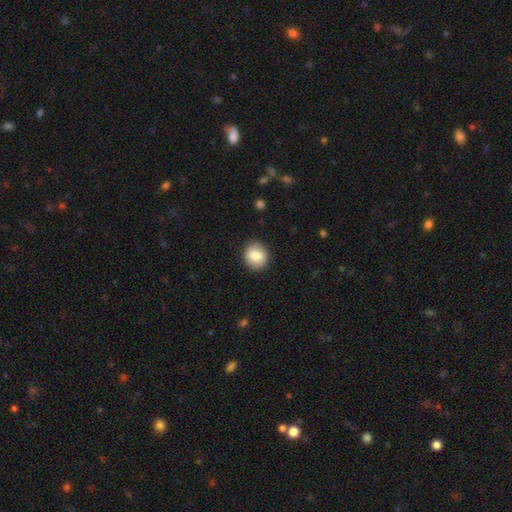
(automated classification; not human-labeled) This is clearly a smooth galaxy (83%). How rounded: likely round (78%). Merging: clearly none (89%).